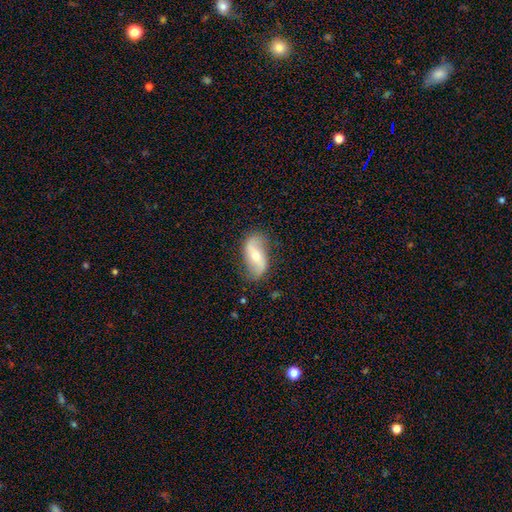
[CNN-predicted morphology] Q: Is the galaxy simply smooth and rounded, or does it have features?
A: featured or disk — 73%.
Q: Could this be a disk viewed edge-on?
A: no — 95%.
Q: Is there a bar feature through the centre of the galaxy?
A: weak — 38%.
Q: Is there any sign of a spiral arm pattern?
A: yes — 91%.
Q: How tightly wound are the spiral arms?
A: loose — 79%.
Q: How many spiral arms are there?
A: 2 — 92%.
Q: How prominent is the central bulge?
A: moderate — 53%.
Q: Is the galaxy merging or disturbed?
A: none — 77%.